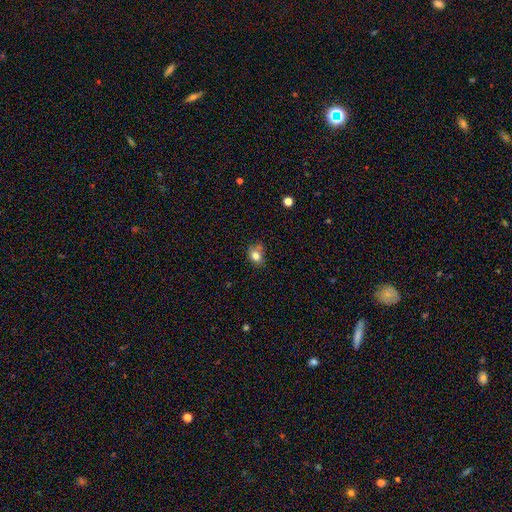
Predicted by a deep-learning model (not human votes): Overall: smooth (80%). How rounded: round (53%; in between 46%). Merging: none (60%; minor disturbance 27%).